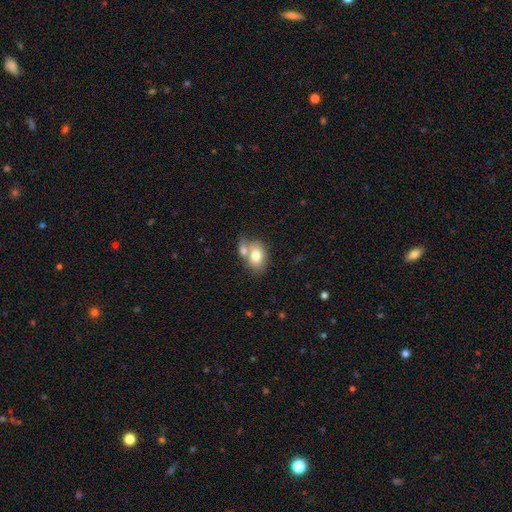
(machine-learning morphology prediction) smooth_or_featured: smooth (p=0.75) [alt: featured or disk p=0.18]
how_rounded: in between (p=0.74) [alt: round p=0.25]
merging: merger (p=0.44) [alt: none p=0.38]